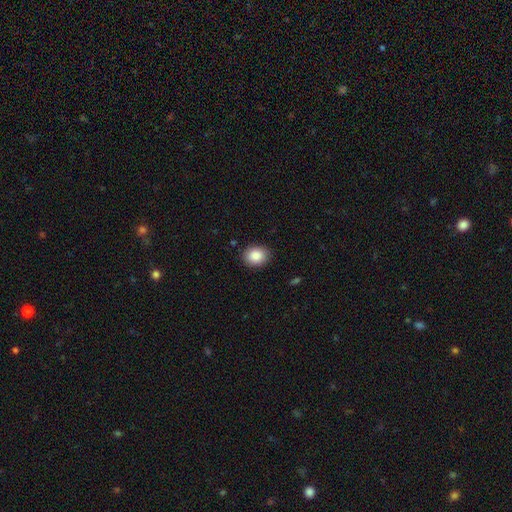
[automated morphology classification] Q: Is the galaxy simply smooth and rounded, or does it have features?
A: smooth — 87%.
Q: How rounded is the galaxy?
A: round — 54%.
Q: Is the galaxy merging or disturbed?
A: none — 88%.